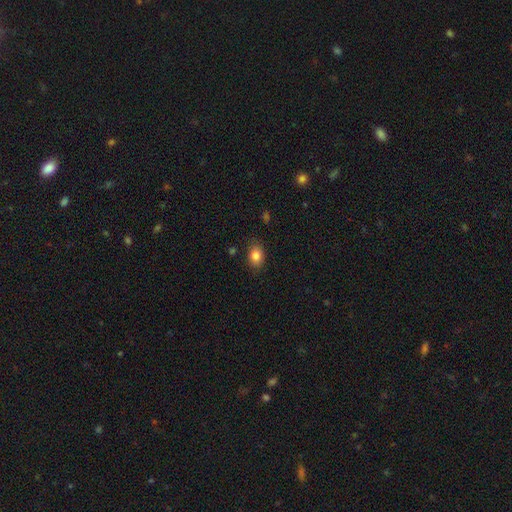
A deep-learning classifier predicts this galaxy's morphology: smooth-or-featured: smooth: 84% | star or artifact: 9% | featured or disk: 6%
  how-rounded: in between: 70% | round: 29% | cigar-shaped: 1%
  merging: none: 83% | minor disturbance: 13% | major disturbance: 3% | merger: 1%